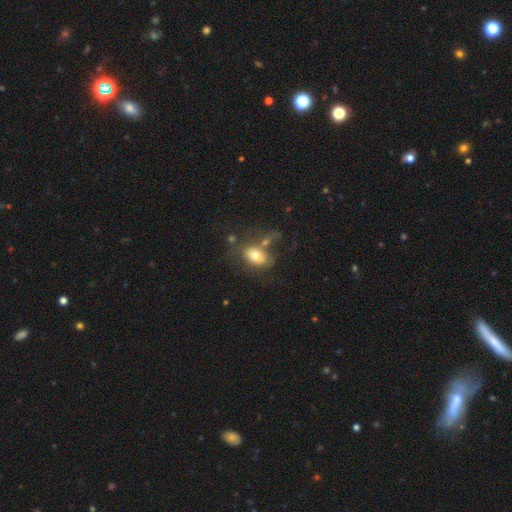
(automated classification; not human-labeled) Smooth or featured? smooth (73%)
How rounded? in between (85%)
Merging? none (50%)